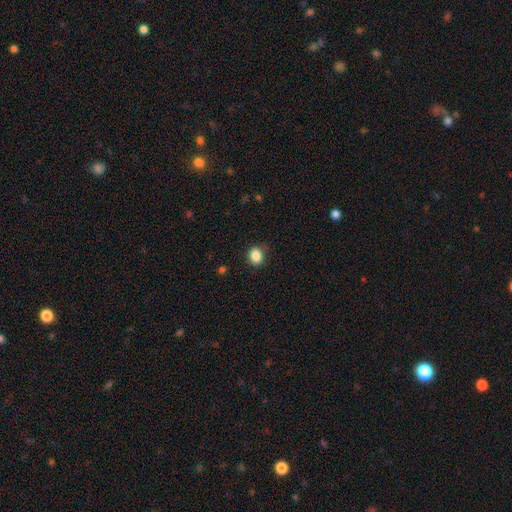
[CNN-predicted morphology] A smooth galaxy with no disk features (87%) that is round (52%). Merging: none (82%).